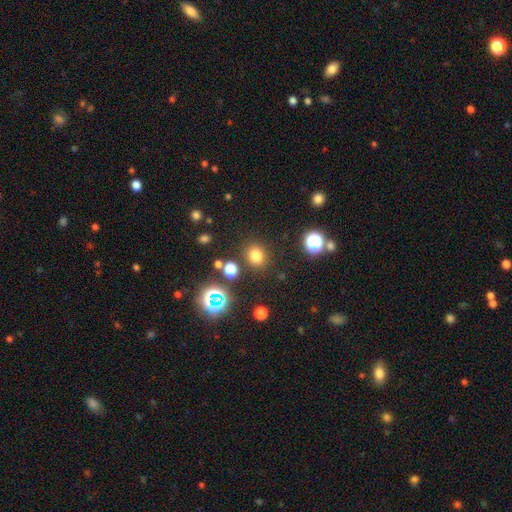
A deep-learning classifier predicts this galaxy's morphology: Overall: smooth (75%). How rounded: round (74%). Merging: none (84%).